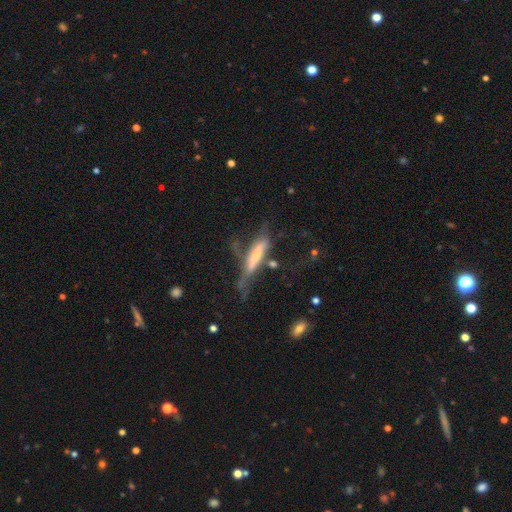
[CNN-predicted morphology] Smooth or featured?
  - featured or disk: 57% *
  - smooth: 36%
  - star or artifact: 8%
Edge-on disk?
  - yes: 67% *
  - no: 33%
Merging?
  - major disturbance: 36% *
  - none: 29%
  - minor disturbance: 23%
  - merger: 11%